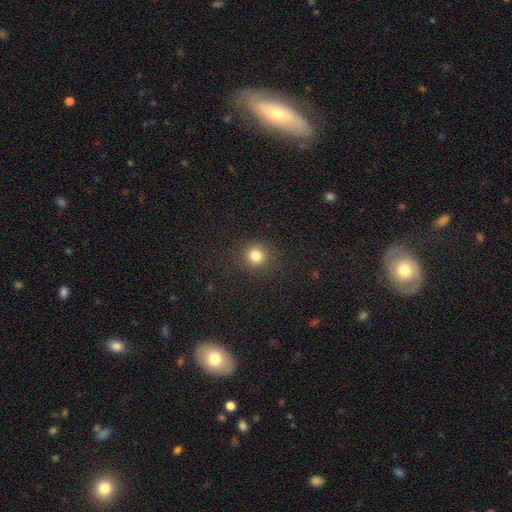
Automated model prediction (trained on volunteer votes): Q: Smooth or featured?
A: smooth (82%); runner-up: star or artifact (13%)
Q: How rounded?
A: round (92%); runner-up: in between (7%)
Q: Merging?
A: none (90%); runner-up: minor disturbance (6%)